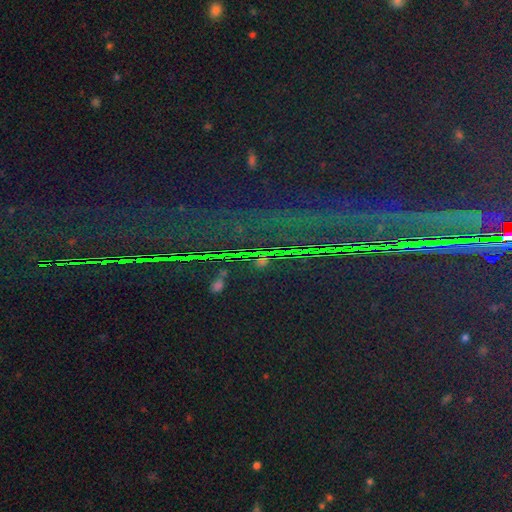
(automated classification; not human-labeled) Smooth or featured? star or artifact (88%)